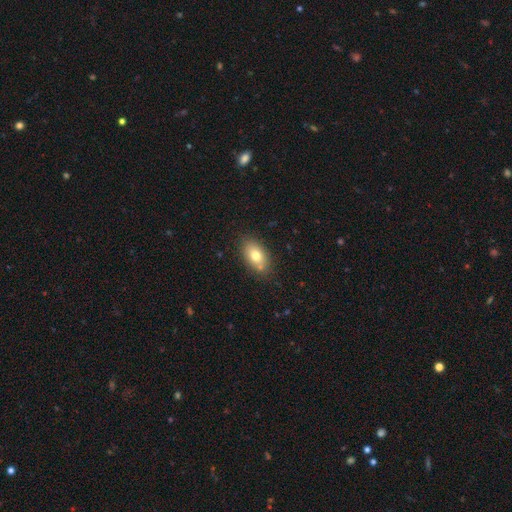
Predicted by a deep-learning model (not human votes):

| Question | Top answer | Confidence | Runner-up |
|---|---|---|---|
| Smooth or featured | smooth | 77% | featured or disk (15%) |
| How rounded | in between | 89% | round (9%) |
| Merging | none | 77% | minor disturbance (15%) |